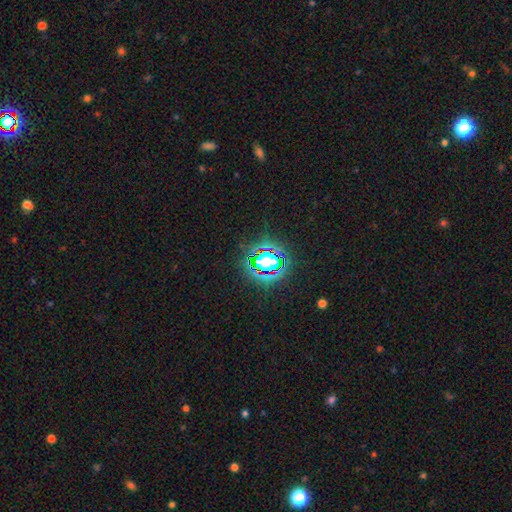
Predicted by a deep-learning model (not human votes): Smooth or featured? Predicted: star or artifact (p=0.82).